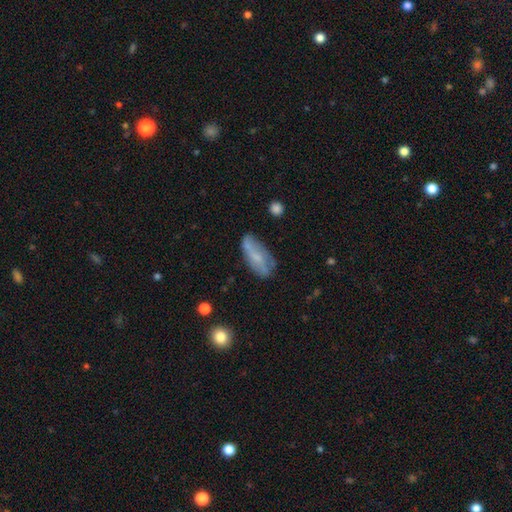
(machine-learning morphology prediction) smooth 51%, featured or disk 41%, star or artifact 8%. Down the decision tree: how rounded — in between (77%); merging — none (59%).